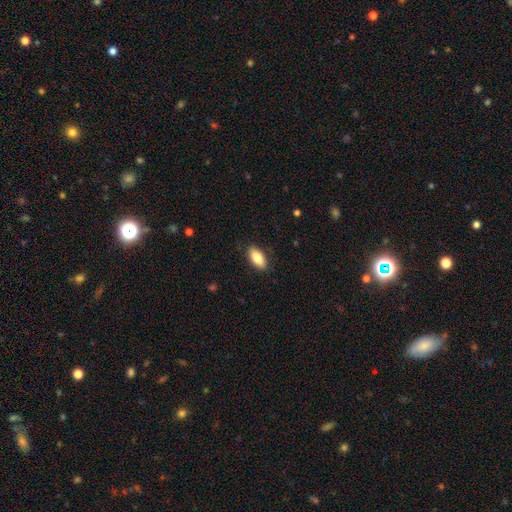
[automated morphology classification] smooth-or-featured: smooth: 84% | featured or disk: 10% | star or artifact: 6%
  how-rounded: in between: 88% | cigar-shaped: 9% | round: 3%
  merging: none: 88% | minor disturbance: 9% | major disturbance: 2% | merger: 1%